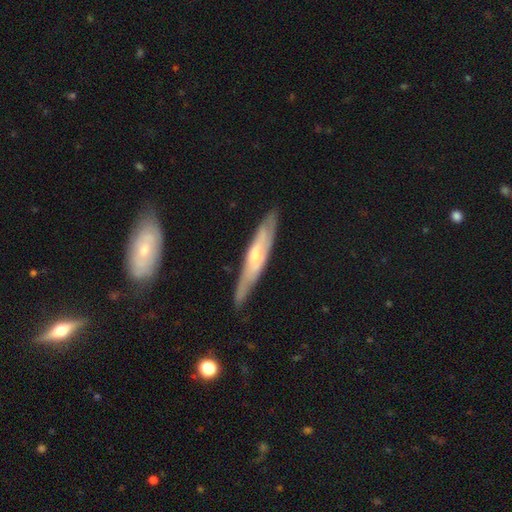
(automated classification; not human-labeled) A featured or disk galaxy (61%) viewed edge-on (68%). Merging: none (81%).